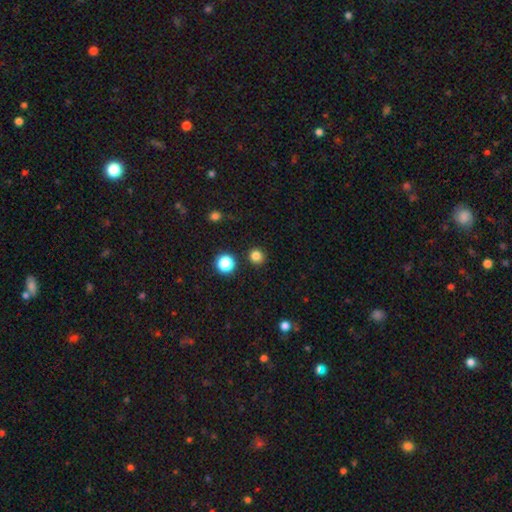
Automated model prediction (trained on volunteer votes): This appears to be a smooth galaxy with no disk features (82%) that is round (93%). Merging: none (90%).